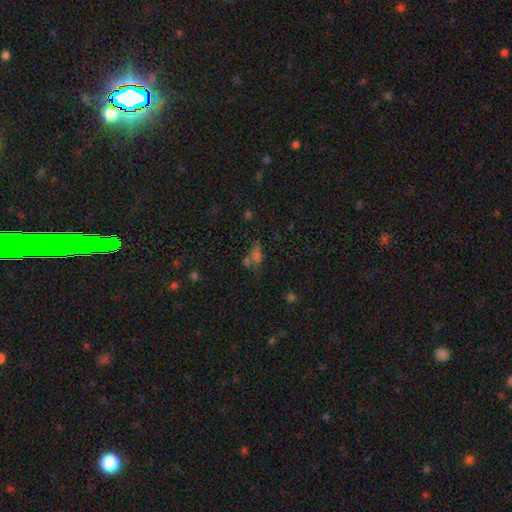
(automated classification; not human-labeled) Smooth or featured?
  - smooth: 47% *
  - star or artifact: 36%
  - featured or disk: 17%
Merging?
  - none: 49% *
  - merger: 25%
  - minor disturbance: 16%
  - major disturbance: 11%